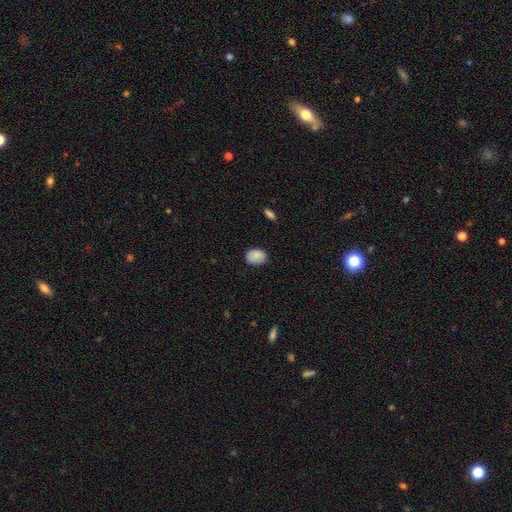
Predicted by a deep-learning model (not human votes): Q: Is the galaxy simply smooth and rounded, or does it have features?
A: smooth — 87%.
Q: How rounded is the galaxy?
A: in between — 64%.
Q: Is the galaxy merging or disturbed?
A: none — 78%.